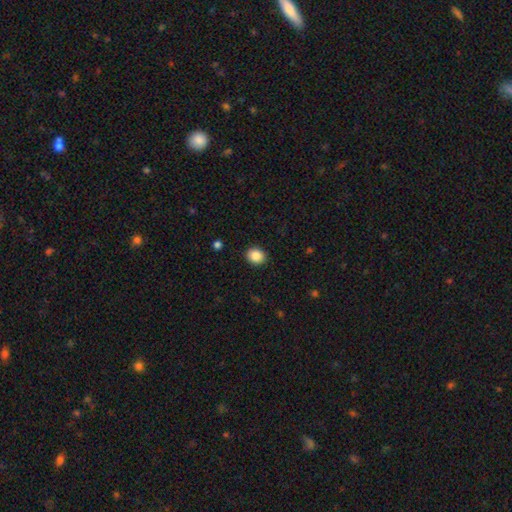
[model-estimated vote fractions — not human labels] Smooth or featured?
  - smooth: 87% *
  - star or artifact: 9%
  - featured or disk: 4%
How rounded?
  - round: 65% *
  - in between: 34%
  - cigar-shaped: 1%
Merging?
  - none: 91% *
  - minor disturbance: 6%
  - major disturbance: 2%
  - merger: 1%